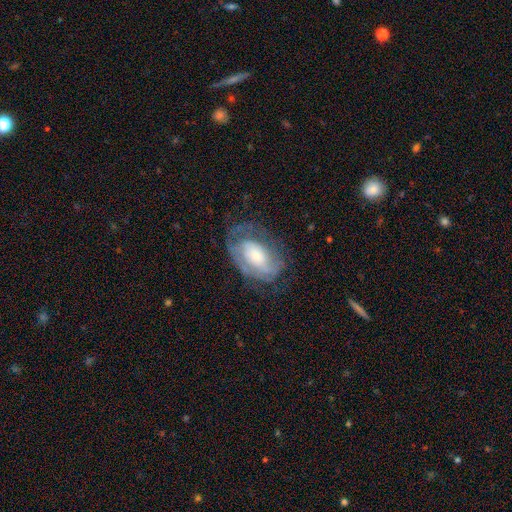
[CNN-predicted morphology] smooth-or-featured: featured or disk: 63% | smooth: 30% | star or artifact: 7%
  disk-edge-on: no: 95% | yes: 5%
    bar: no: 68% | weak: 24% | strong: 8%
    has-spiral-arms: yes: 71% | no: 29%
    bulge-size: small: 45% | moderate: 37% | large: 13% | none: 3% | dominant: 2%
  merging: none: 55% | minor disturbance: 24% | major disturbance: 19% | merger: 1%